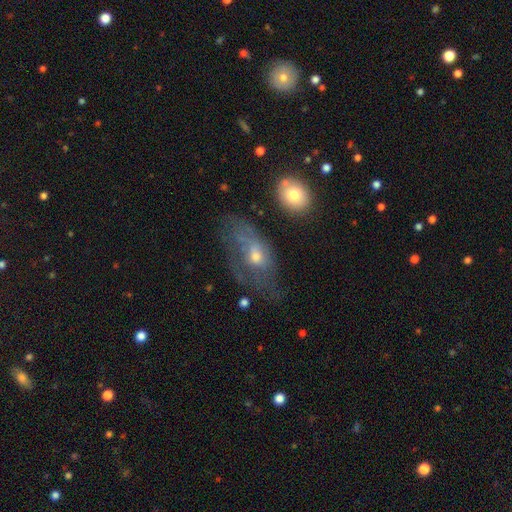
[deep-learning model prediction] Smooth or featured? Predicted: featured or disk (p=0.50). Merging? Predicted: major disturbance (p=0.37).